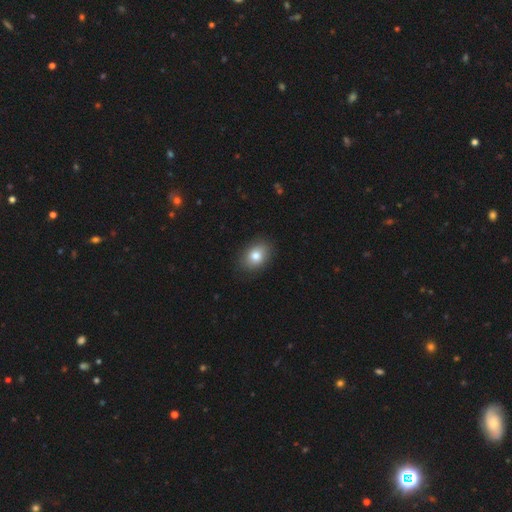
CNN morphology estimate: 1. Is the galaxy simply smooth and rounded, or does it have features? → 82% smooth, 9% featured or disk, 9% star or artifact.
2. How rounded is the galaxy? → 72% in between, 27% round, 1% cigar-shaped.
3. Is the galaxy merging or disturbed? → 87% none, 10% minor disturbance, 2% major disturbance, 1% merger.